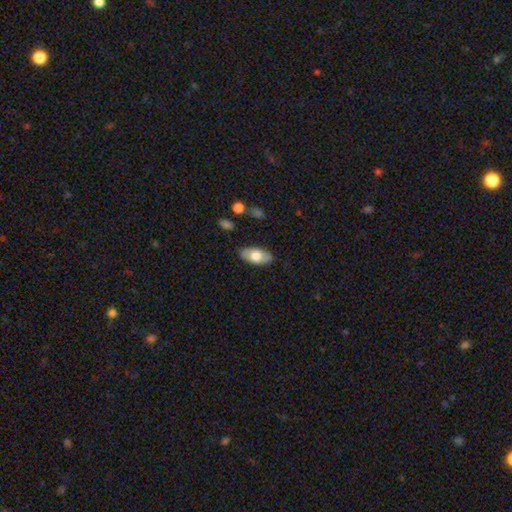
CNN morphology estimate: smooth 70%, featured or disk 24%, star or artifact 6%. Down the decision tree: how rounded — in between (91%); merging — none (85%).